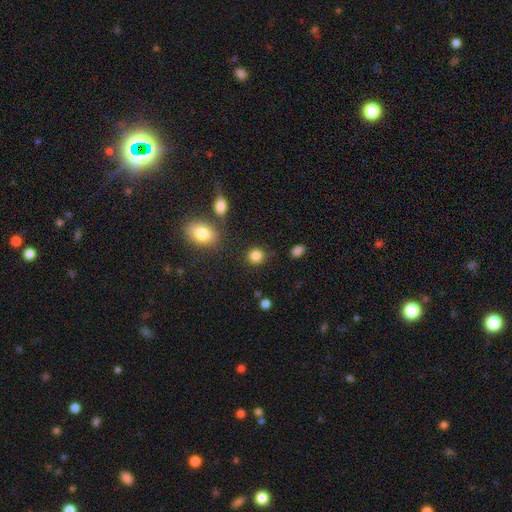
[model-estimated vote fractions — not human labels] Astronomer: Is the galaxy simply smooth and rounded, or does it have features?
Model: smooth — 86%.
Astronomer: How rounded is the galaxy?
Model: round — 85%.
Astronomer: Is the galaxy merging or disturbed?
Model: none — 85%.